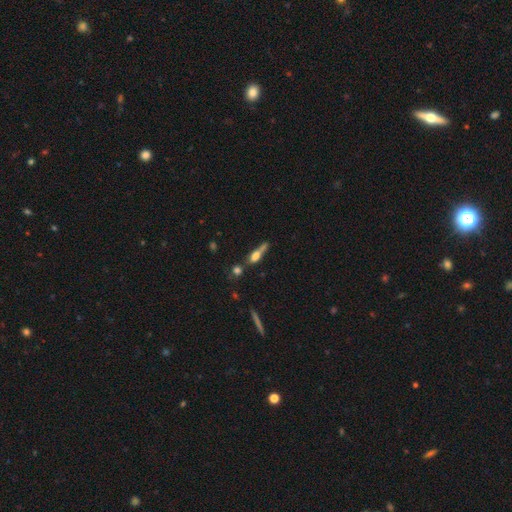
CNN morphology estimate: This appears to be a smooth galaxy with no disk features (56%) that is cigar-shaped (57%). Merging: none (37%).